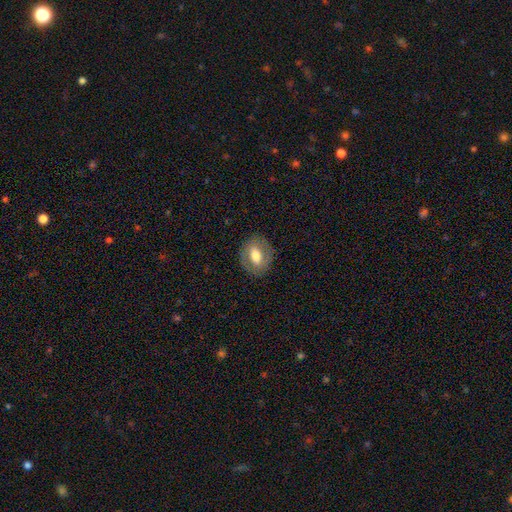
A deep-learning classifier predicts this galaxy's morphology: Q: Smooth or featured?
A: smooth (57%); runner-up: featured or disk (36%)
Q: How rounded?
A: in between (63%); runner-up: round (36%)
Q: Merging?
A: none (84%); runner-up: minor disturbance (11%)